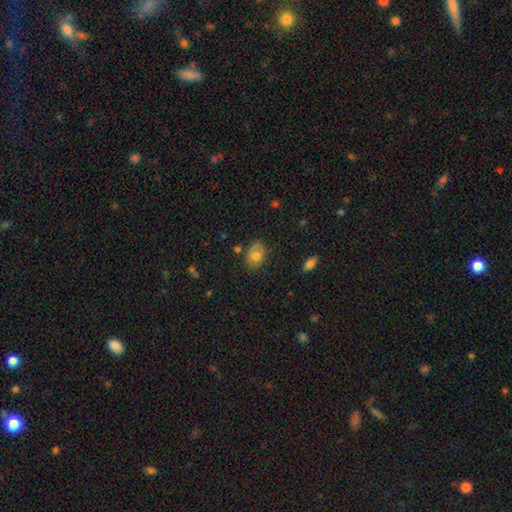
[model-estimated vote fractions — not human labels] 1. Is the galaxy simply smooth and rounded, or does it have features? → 68% smooth, 24% featured or disk, 8% star or artifact.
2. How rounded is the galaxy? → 67% in between, 31% round, 1% cigar-shaped.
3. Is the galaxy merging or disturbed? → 72% none, 21% minor disturbance, 5% major disturbance, 3% merger.